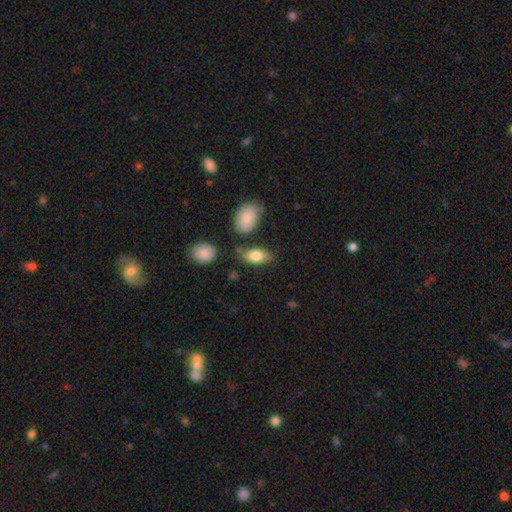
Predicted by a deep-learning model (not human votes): smooth 80%, featured or disk 13%, star or artifact 7%. Down the decision tree: how rounded — in between (89%); merging — none (71%).